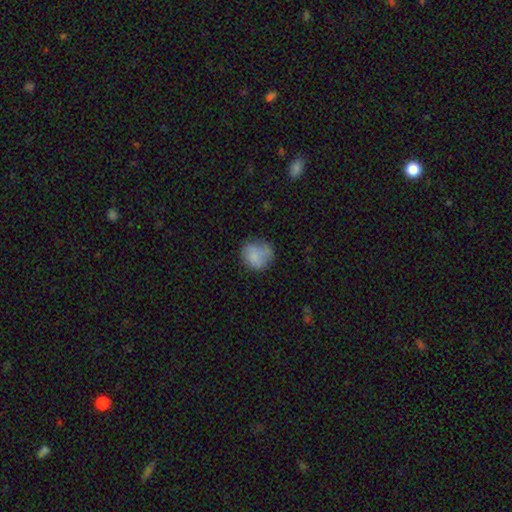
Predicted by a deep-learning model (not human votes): smooth_or_featured: smooth (p=0.76) [alt: featured or disk p=0.15]
how_rounded: round (p=0.76) [alt: in between p=0.23]
merging: none (p=0.54) [alt: minor disturbance p=0.28]